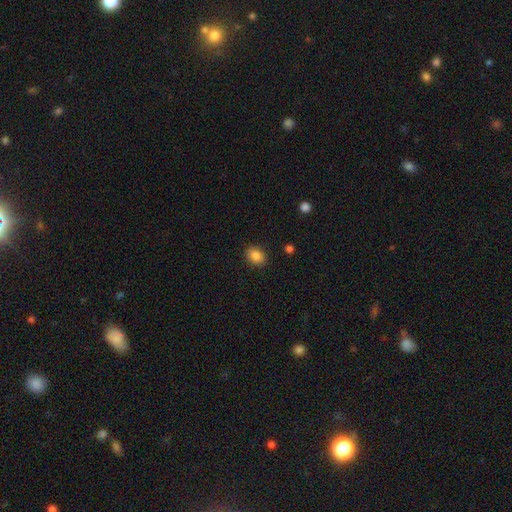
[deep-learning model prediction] Q: Smooth or featured?
A: smooth (86%); runner-up: star or artifact (9%)
Q: How rounded?
A: in between (64%); runner-up: round (35%)
Q: Merging?
A: none (89%); runner-up: minor disturbance (8%)